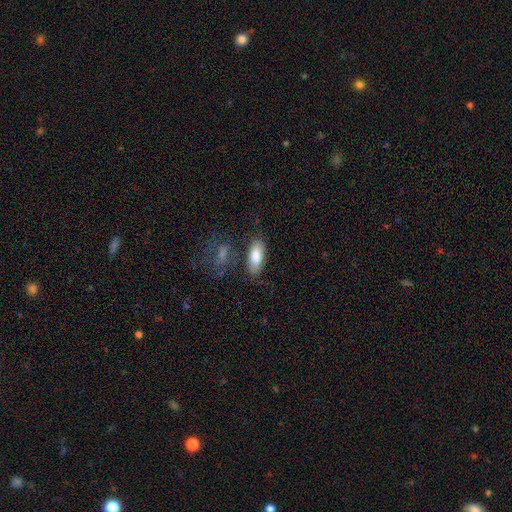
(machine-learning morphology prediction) This is clearly a smooth galaxy (84%). How rounded: clearly in between (85%). Merging: likely none (74%).